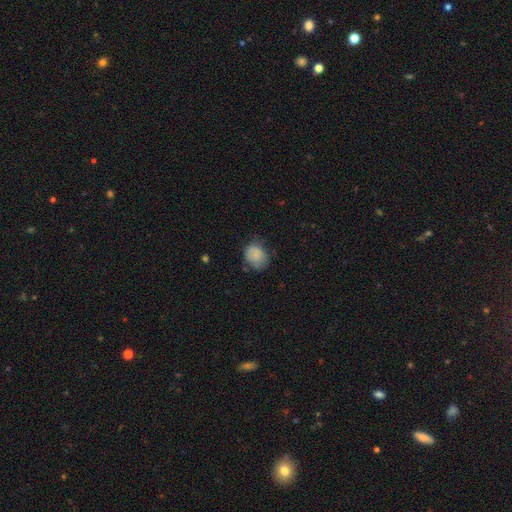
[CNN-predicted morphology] This is clearly a smooth galaxy (82%). How rounded: possibly round (53%). Merging: possibly none (58%).